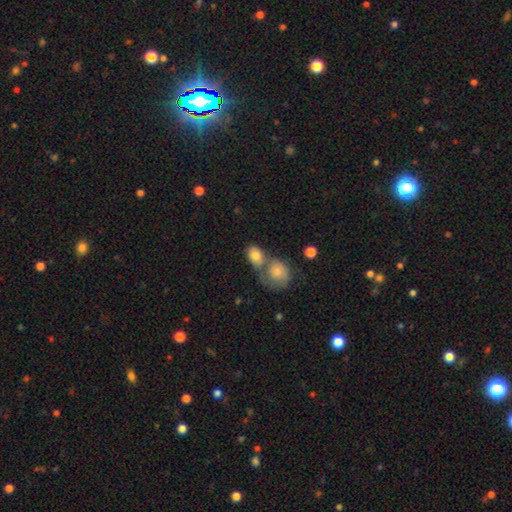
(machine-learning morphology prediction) type=smooth (79%); roundness=in between (69%); merging=merger (52%).